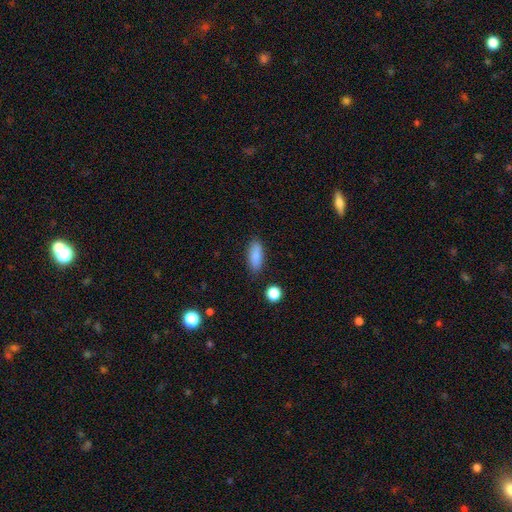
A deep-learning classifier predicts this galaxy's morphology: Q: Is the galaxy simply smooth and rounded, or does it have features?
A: smooth — 85%.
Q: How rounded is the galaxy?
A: in between — 74%.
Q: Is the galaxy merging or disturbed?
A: none — 84%.